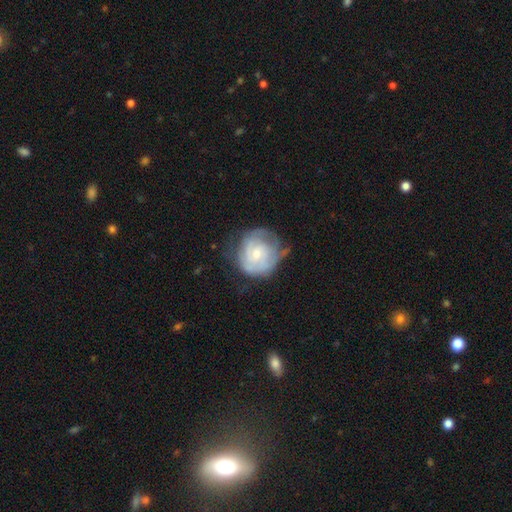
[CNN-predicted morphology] featured or disk 66%, smooth 27%, star or artifact 6%. Down the decision tree: edge-on disk — no (98%); bar — no (66%); spiral arms — yes (82%); spiral arm count — can't tell (44%); spiral winding — tight (64%); bulge size — small (54%); merging — none (51%).